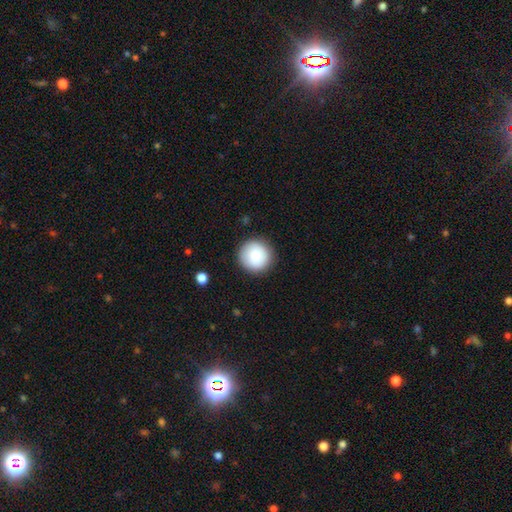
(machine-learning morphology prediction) smooth-or-featured: smooth: 83% | featured or disk: 10% | star or artifact: 8%
  how-rounded: round: 96% | in between: 3% | cigar-shaped: 1%
  merging: none: 90% | minor disturbance: 7% | major disturbance: 2% | merger: 1%